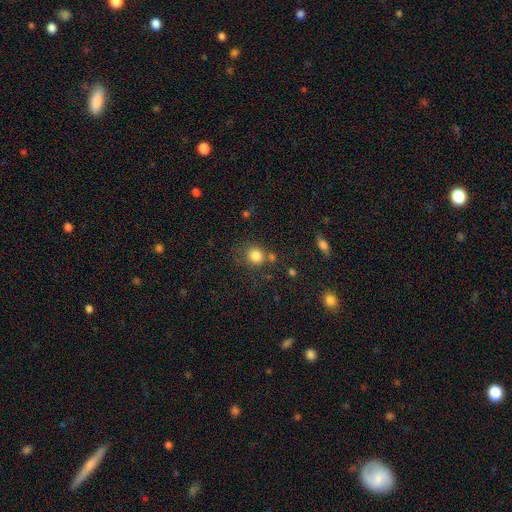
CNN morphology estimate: The model was most divided on "merging": none: 68%, minor disturbance: 14%, merger: 12%, major disturbance: 6%. More confident: how rounded — round (85%); smooth or featured — smooth (82%).